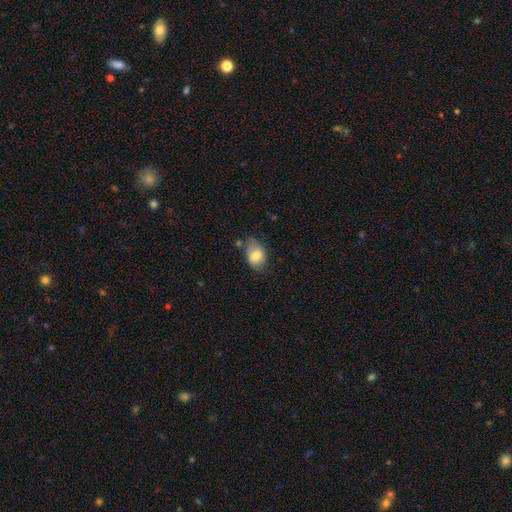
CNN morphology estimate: smooth 76%, featured or disk 16%, star or artifact 7%. Down the decision tree: how rounded — in between (82%); merging — none (57%).